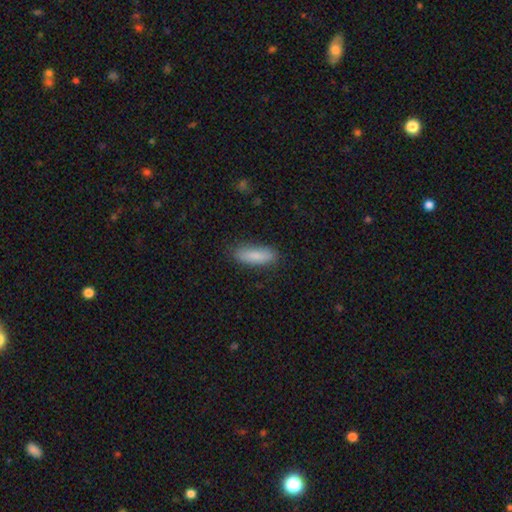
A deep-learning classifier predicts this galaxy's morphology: A smooth galaxy with no disk features (87%) that is in between round and cigar-shaped (51%).

Vote fractions:
- Smooth or featured? smooth: 87% / featured or disk: 7% / star or artifact: 6%
- How rounded? in between: 51% / cigar-shaped: 47% / round: 2%
- Merging? none: 84% / minor disturbance: 12% / major disturbance: 3% / merger: 1%